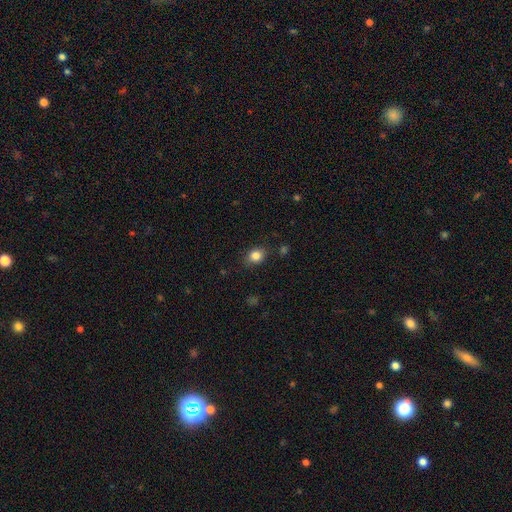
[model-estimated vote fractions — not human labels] smooth_or_featured: smooth (p=0.84) [alt: star or artifact p=0.11]
how_rounded: round (p=0.52) [alt: in between p=0.47]
merging: none (p=0.82) [alt: minor disturbance p=0.13]